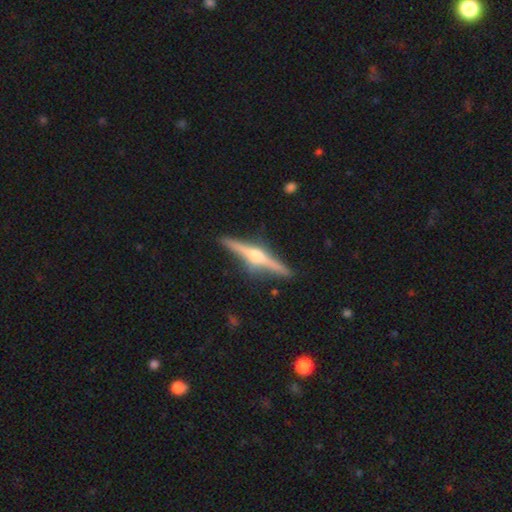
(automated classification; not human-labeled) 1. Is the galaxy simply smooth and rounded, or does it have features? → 83% featured or disk, 12% smooth, 5% star or artifact.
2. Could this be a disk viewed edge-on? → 98% yes, 2% no.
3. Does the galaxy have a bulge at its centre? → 96% rounded, 2% boxy, 2% none.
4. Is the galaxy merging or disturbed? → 90% none, 7% minor disturbance, 1% major disturbance, 1% merger.